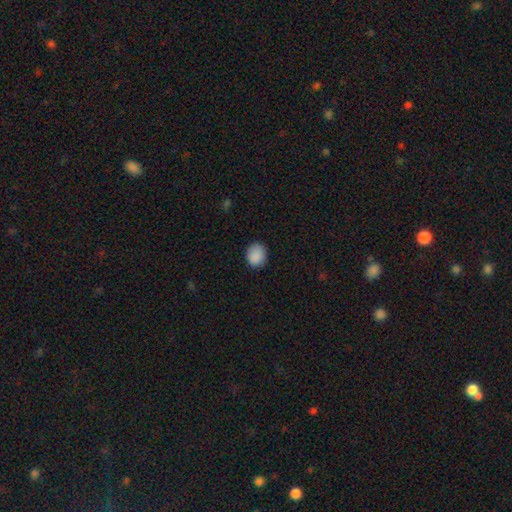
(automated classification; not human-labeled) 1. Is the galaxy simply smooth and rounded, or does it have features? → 88% smooth, 9% star or artifact, 3% featured or disk.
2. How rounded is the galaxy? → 61% round, 38% in between, 1% cigar-shaped.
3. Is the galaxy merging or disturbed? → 81% none, 15% minor disturbance, 3% major disturbance, 1% merger.